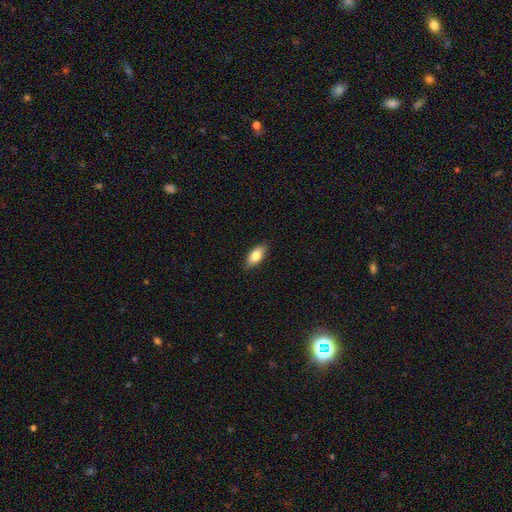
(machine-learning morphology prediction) smooth-or-featured: smooth: 79% | featured or disk: 14% | star or artifact: 7%
  how-rounded: in between: 86% | cigar-shaped: 11% | round: 3%
  merging: none: 87% | minor disturbance: 10% | major disturbance: 2% | merger: 1%